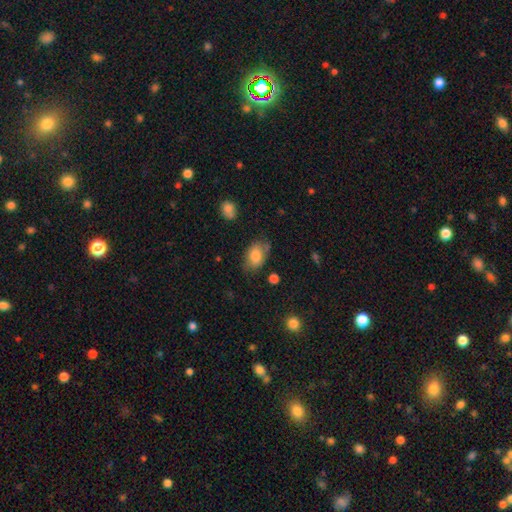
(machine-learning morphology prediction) smooth_or_featured: smooth (p=0.79) [alt: featured or disk p=0.13]
how_rounded: in between (p=0.87) [alt: round p=0.12]
merging: none (p=0.68) [alt: minor disturbance p=0.22]